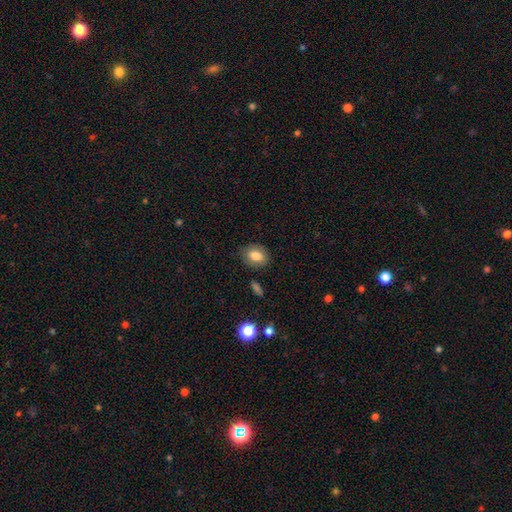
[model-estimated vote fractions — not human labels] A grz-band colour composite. It shows a smooth galaxy with no disk features (80%) that is in between round and cigar-shaped (62%). Merging: none (84%).